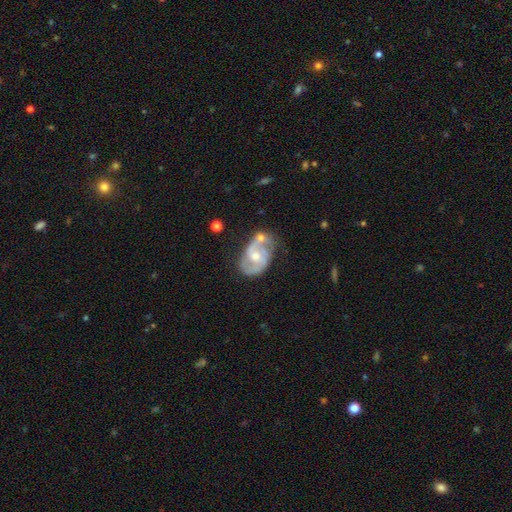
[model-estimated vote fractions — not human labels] Smooth or featured?
  - featured or disk: 81% *
  - smooth: 13%
  - star or artifact: 6%
Edge-on disk?
  - no: 97% *
  - yes: 3%
Bar?
  - no: 46% *
  - weak: 45%
  - strong: 9%
Spiral arms?
  - yes: 92% *
  - no: 8%
Spiral winding?
  - medium: 54% *
  - tight: 24%
  - loose: 22%
Spiral arm count?
  - 2: 82% *
  - can't tell: 8%
  - 3: 4%
  - 1: 3%
  - 4: 1%
  - more than 4: 1%
Bulge size?
  - moderate: 60% *
  - small: 26%
  - large: 7%
  - none: 5%
  - dominant: 1%
Merging?
  - none: 49% *
  - minor disturbance: 24%
  - merger: 16%
  - major disturbance: 11%